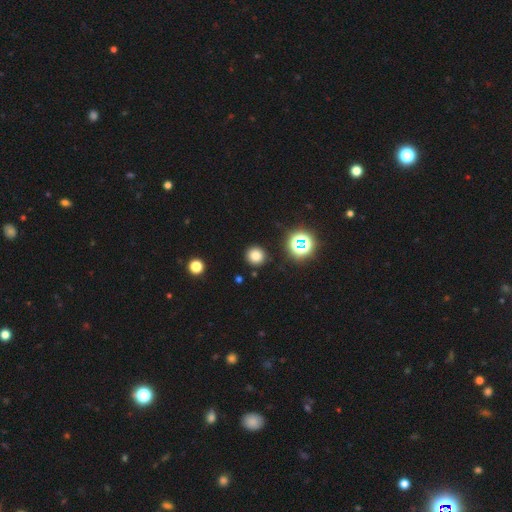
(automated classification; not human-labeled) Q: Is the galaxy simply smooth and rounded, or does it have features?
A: smooth — 75%.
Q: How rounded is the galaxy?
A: round — 94%.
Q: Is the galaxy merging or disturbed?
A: none — 90%.